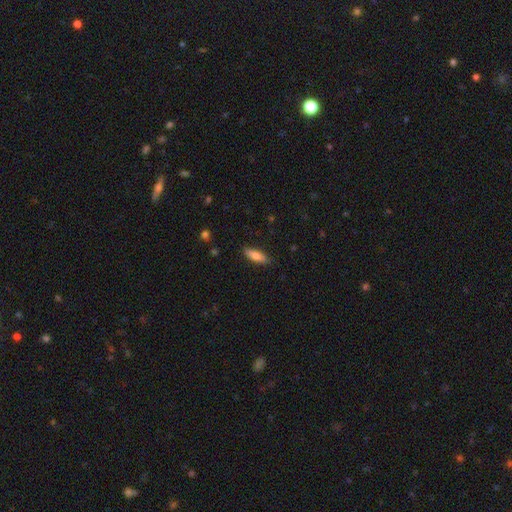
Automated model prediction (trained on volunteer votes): Overall: smooth (79%). How rounded: cigar-shaped (49%, tied with in between). Merging: none (87%).